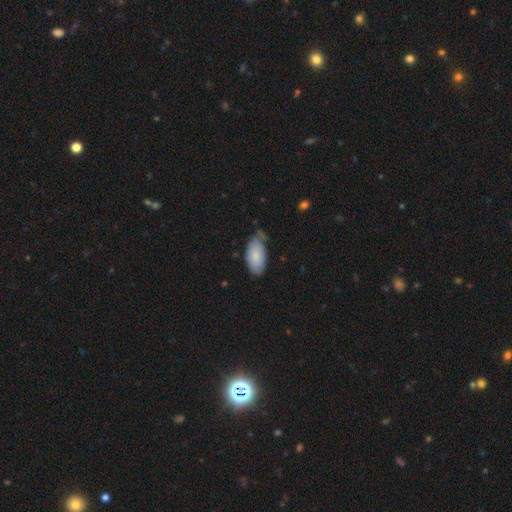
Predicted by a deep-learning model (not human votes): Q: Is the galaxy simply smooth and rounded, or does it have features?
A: smooth — 80%.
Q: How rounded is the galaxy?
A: in between — 93%.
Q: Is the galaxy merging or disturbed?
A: none — 54%.